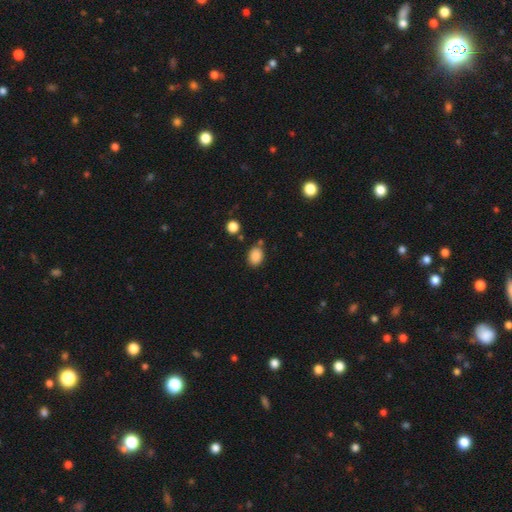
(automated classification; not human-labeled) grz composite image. It shows a smooth galaxy with no disk features (87%) that is in between round and cigar-shaped (65%). Merging: none (77%).